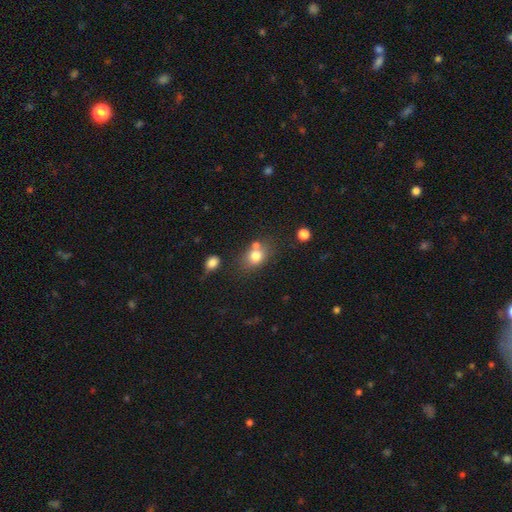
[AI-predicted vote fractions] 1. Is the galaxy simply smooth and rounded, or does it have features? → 77% smooth, 11% featured or disk, 11% star or artifact.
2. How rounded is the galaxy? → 50% round, 49% in between, 1% cigar-shaped.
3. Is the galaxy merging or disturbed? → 56% none, 24% merger, 15% minor disturbance, 5% major disturbance.